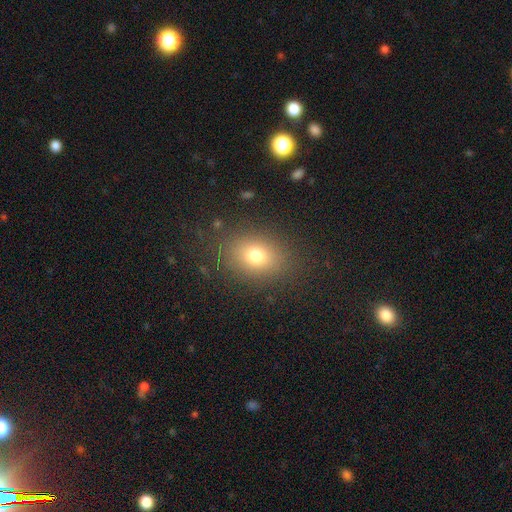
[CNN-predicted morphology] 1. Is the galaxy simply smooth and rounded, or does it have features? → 74% smooth, 15% star or artifact, 11% featured or disk.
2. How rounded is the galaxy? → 57% in between, 42% round, 1% cigar-shaped.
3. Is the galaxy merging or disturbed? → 84% none, 9% minor disturbance, 5% major disturbance, 1% merger.